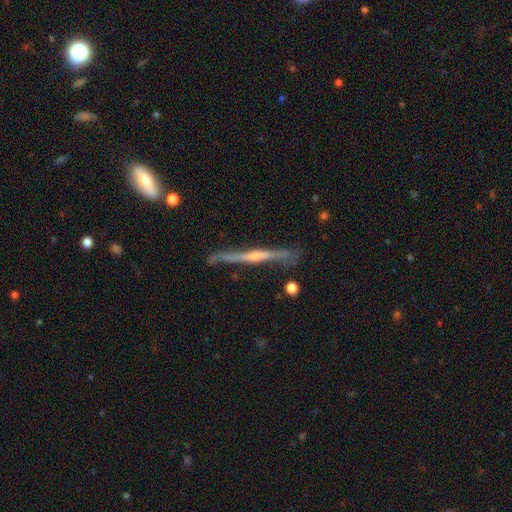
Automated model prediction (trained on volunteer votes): smooth_or_featured: featured or disk (p=0.79) [alt: smooth p=0.14]
disk_edge_on: yes (p=0.96) [alt: no p=0.04]
edge_on_bulge: rounded (p=0.71) [alt: none p=0.21]
merging: none (p=0.80) [alt: minor disturbance p=0.14]